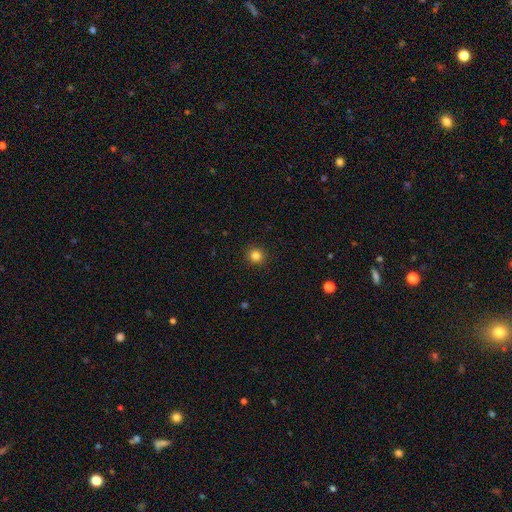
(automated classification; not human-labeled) Smooth or featured? Predicted: smooth (p=0.83). How rounded? Predicted: round (p=0.93). Merging? Predicted: none (p=0.92).